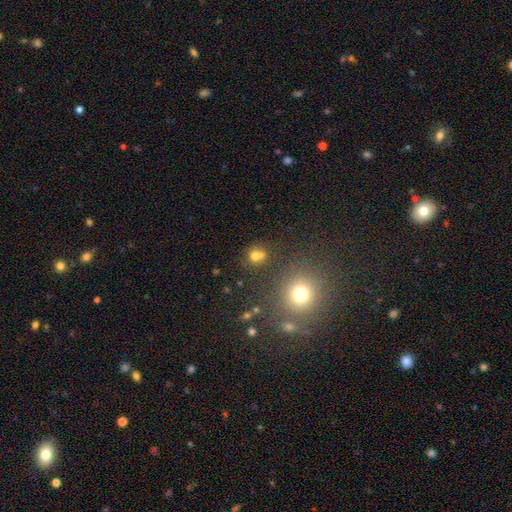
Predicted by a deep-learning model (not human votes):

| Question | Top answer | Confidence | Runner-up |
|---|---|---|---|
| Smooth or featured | smooth | 71% | star or artifact (19%) |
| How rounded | round | 86% | in between (13%) |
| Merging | none | 60% | merger (29%) |